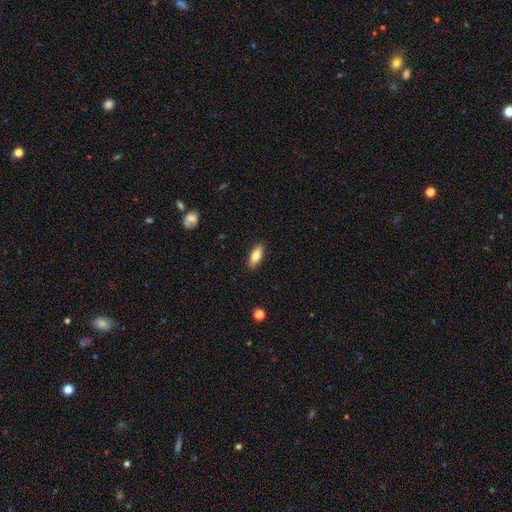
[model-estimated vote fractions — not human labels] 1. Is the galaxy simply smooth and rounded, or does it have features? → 77% smooth, 16% featured or disk, 7% star or artifact.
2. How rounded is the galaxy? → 75% in between, 22% cigar-shaped, 2% round.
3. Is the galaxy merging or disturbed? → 89% none, 8% minor disturbance, 2% major disturbance, 1% merger.